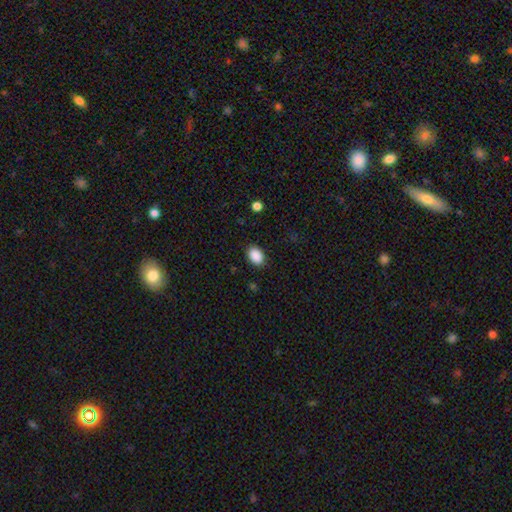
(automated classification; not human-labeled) Smooth or featured? Predicted: smooth (p=0.89). How rounded? Predicted: in between (p=0.78). Merging? Predicted: none (p=0.88).